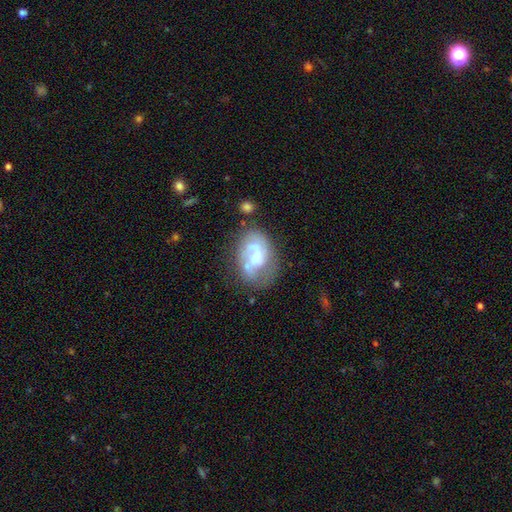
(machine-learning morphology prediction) Smooth or featured? Predicted: featured or disk (p=0.68). Edge-on disk? Predicted: no (p=0.97). Bar? Predicted: weak (p=0.44, tied with no). Spiral arms? Predicted: yes (p=0.81). Spiral winding? Predicted: medium (p=0.42). Spiral arm count? Predicted: 2 (p=0.40). Bulge size? Predicted: moderate (p=0.39). Merging? Predicted: none (p=0.51).